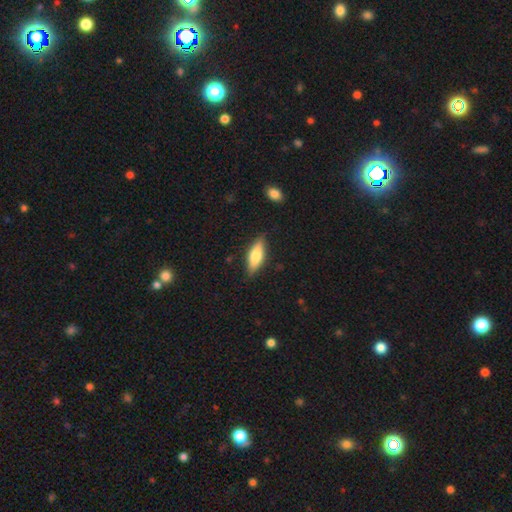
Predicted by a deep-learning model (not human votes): Smooth or featured? Predicted: smooth (p=0.70). How rounded? Predicted: in between (p=0.60). Merging? Predicted: none (p=0.84).